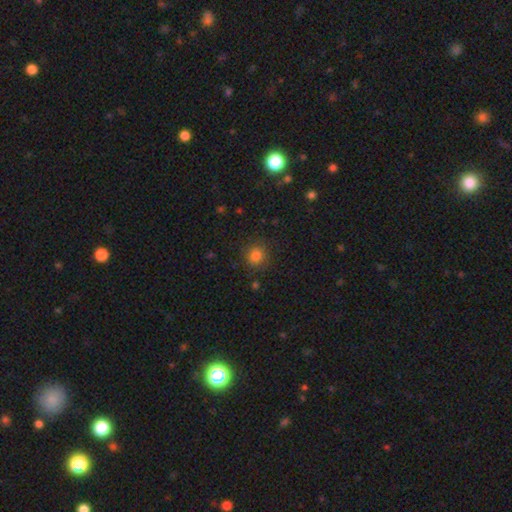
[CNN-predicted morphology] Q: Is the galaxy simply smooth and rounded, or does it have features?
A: smooth — 82%.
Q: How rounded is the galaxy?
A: round — 81%.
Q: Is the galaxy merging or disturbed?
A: none — 85%.